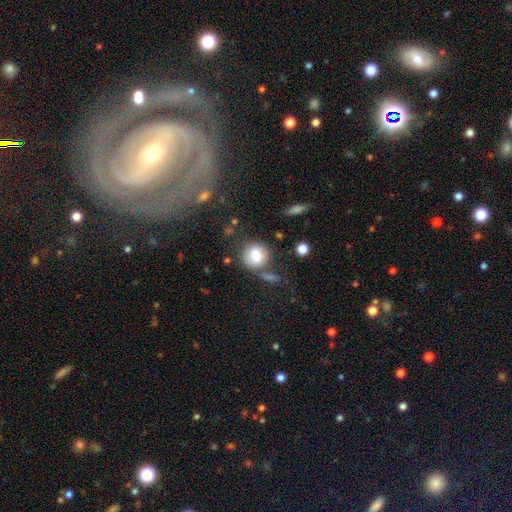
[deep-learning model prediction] This appears to be a smooth galaxy with no disk features (81%) that is round (84%). Merging: none (68%).